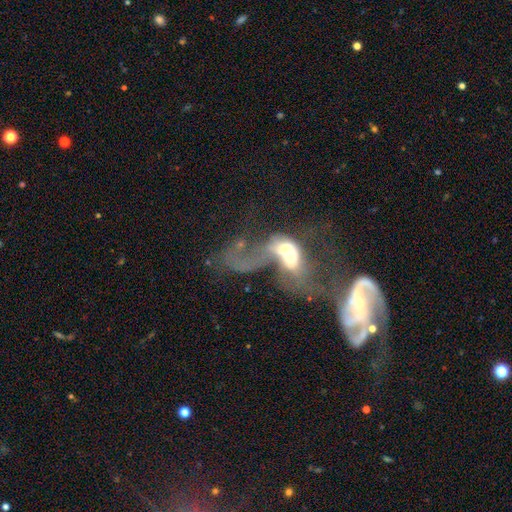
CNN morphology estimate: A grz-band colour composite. It shows a featured or disk galaxy (62%) with no bar (60%), spiral arms (63%) and a moderate central bulge (45%). Merging: merger (65%).